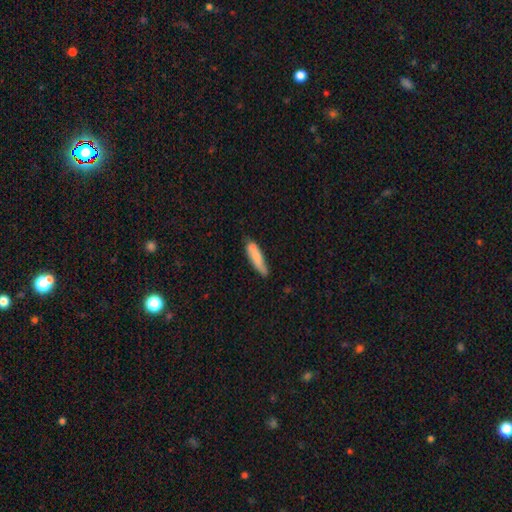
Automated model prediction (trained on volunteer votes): smooth-or-featured: smooth: 76% | featured or disk: 18% | star or artifact: 6%
  how-rounded: cigar-shaped: 76% | in between: 22% | round: 2%
  merging: none: 63% | minor disturbance: 25% | merger: 6% | major disturbance: 5%